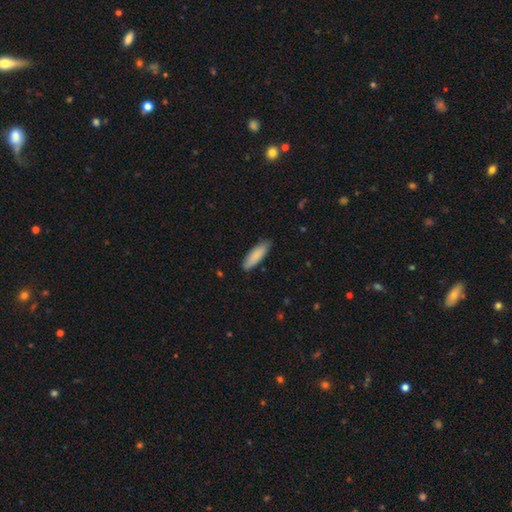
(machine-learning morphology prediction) Smooth or featured? smooth (87%)
How rounded? in between (52%)
Merging? none (84%)